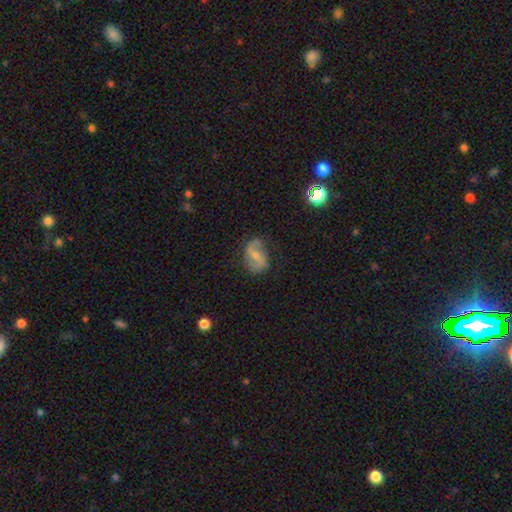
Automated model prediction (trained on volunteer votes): Overall: featured or disk (77%). Edge-on disk: no (97%). Bar: weak (50%; no 25%). Spiral arms: yes (92%). Spiral arm count: 2 (89%). Spiral winding: loose (56%; medium 35%). Bulge size: small (51%; moderate 35%). Merging: none (71%).